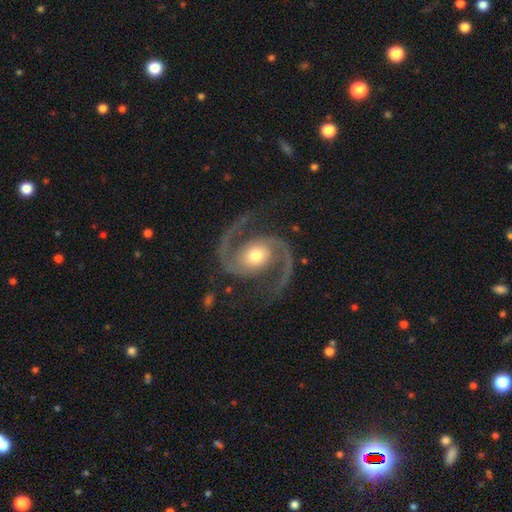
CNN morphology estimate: Smooth or featured: featured or disk — 94% (star or artifact — 3%)
Edge-on disk: no — 98% (yes — 2%)
Bar: no — 62% (weak — 26%)
Spiral arms: yes — 99% (no — 1%)
Spiral winding: medium — 62% (loose — 24%)
Spiral arm count: 2 — 95% (can't tell — 1%)
Bulge size: moderate — 68% (small — 21%)
Merging: none — 82% (minor disturbance — 11%)